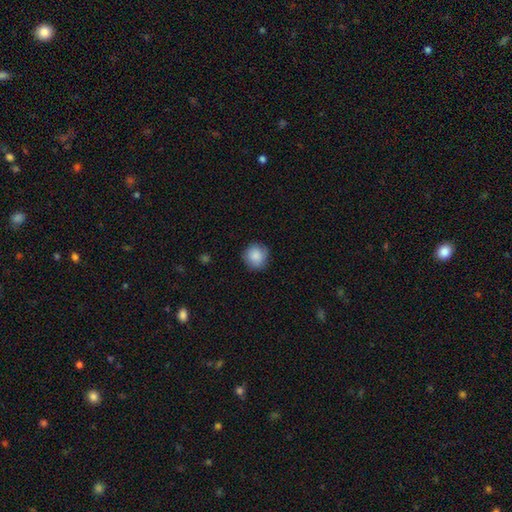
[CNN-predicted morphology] This appears to be a smooth galaxy with no disk features (87%) that is round (92%). Merging: none (85%).